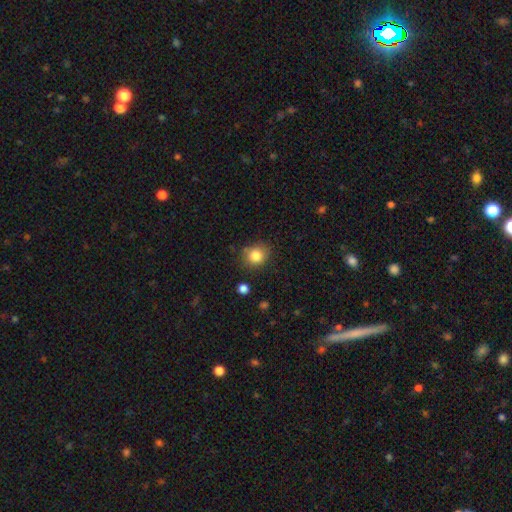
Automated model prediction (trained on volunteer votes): Smooth or featured: smooth — 84% (star or artifact — 10%)
How rounded: round — 78% (in between — 21%)
Merging: none — 79% (minor disturbance — 14%)